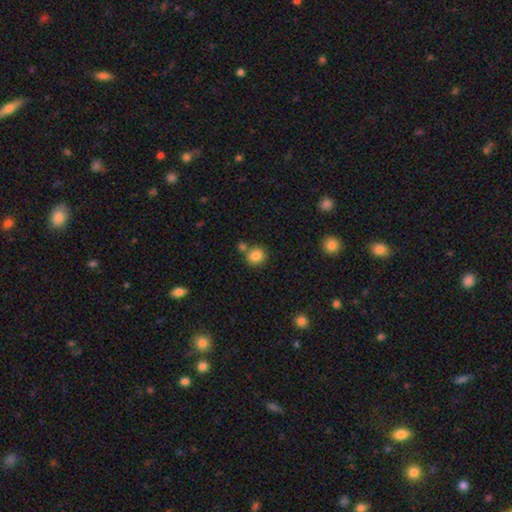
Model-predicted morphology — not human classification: The model was most divided on "merging": none: 69%, merger: 18%, minor disturbance: 10%, major disturbance: 3%. More confident: how rounded — round (85%); smooth or featured — smooth (84%).